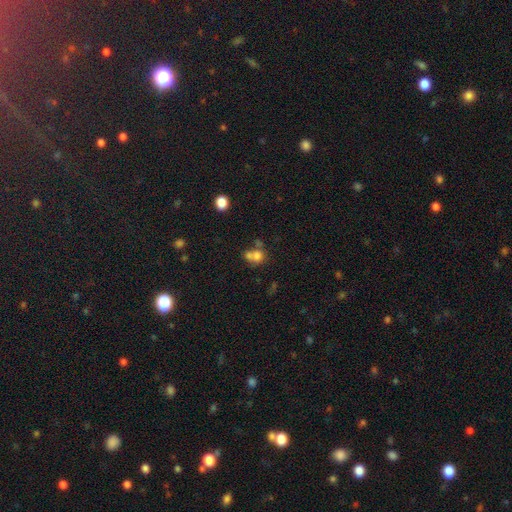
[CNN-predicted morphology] The model was most divided on "merging": merger: 53%, none: 32%, minor disturbance: 9%, major disturbance: 6%. More confident: smooth or featured — smooth (71%); how rounded — round (70%).